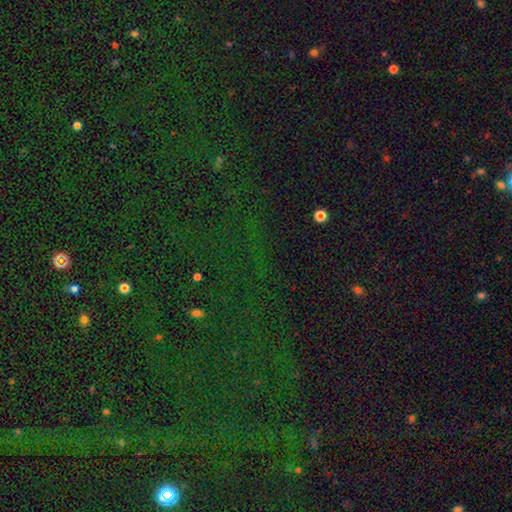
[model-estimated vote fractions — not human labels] Smooth or featured?
  - star or artifact: 81% *
  - smooth: 11%
  - featured or disk: 7%